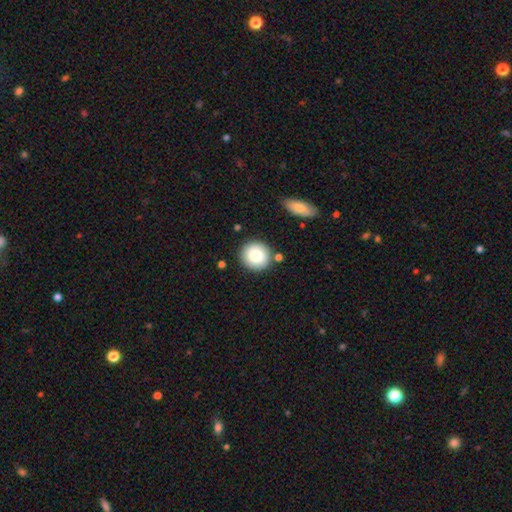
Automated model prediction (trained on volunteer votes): This appears to be a smooth galaxy with no disk features (81%) that is round (92%). Merging: none (85%).